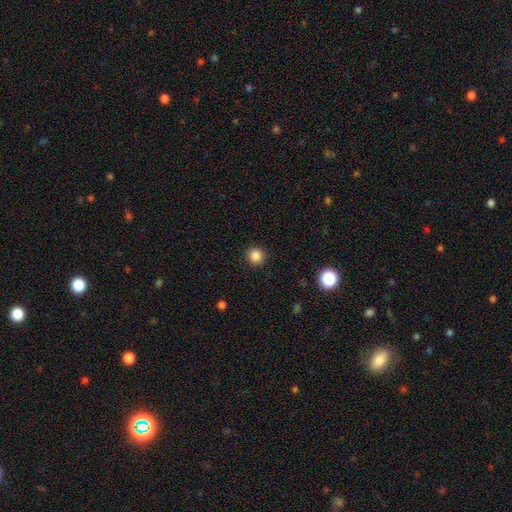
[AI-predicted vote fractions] smooth-or-featured: smooth: 86% | star or artifact: 10% | featured or disk: 3%
  how-rounded: round: 94% | in between: 5% | cigar-shaped: 1%
  merging: none: 92% | minor disturbance: 5% | major disturbance: 2% | merger: 1%